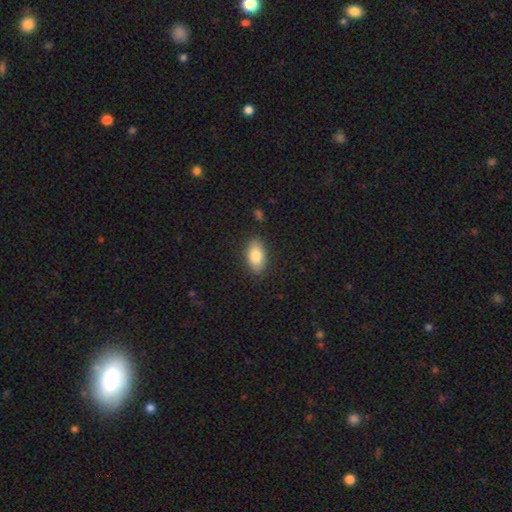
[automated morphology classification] Smooth or featured?
  - smooth: 81% *
  - featured or disk: 13%
  - star or artifact: 7%
How rounded?
  - in between: 91% *
  - round: 5%
  - cigar-shaped: 4%
Merging?
  - none: 86% *
  - minor disturbance: 10%
  - major disturbance: 2%
  - merger: 1%